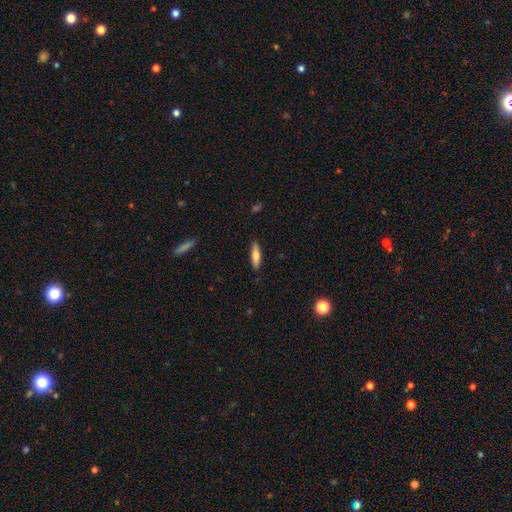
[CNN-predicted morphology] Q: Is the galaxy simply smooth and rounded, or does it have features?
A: smooth — 72%.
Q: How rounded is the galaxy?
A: cigar-shaped — 67%.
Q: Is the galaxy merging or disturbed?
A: none — 88%.